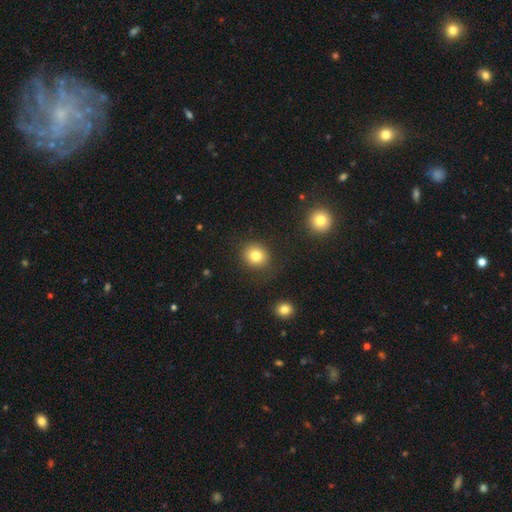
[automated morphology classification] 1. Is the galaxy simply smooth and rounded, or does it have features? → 81% smooth, 11% star or artifact, 8% featured or disk.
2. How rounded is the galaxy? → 81% round, 18% in between, 1% cigar-shaped.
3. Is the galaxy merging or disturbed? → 85% none, 9% minor disturbance, 4% major disturbance, 2% merger.